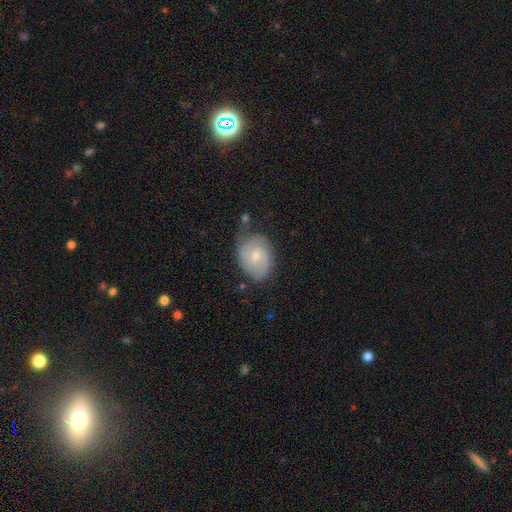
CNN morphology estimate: Smooth or featured: featured or disk — 57% (smooth — 36%)
Edge-on disk: no — 97% (yes — 3%)
Bar: no — 65% (weak — 31%)
Spiral arms: yes — 84% (no — 16%)
Bulge size: small — 57% (moderate — 39%)
Merging: none — 54% (minor disturbance — 30%)